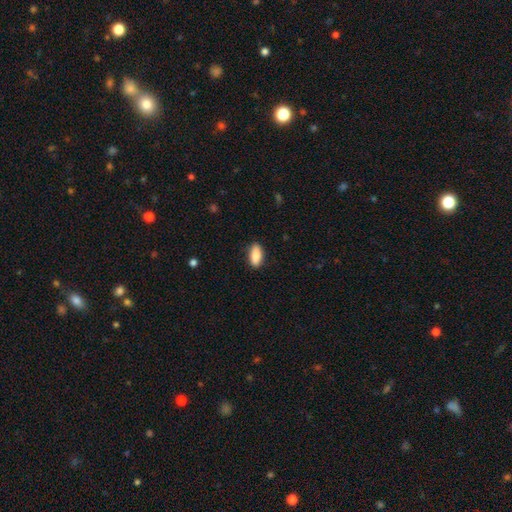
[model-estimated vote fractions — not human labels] Morphology: type=smooth (87%); roundness=in between (84%); merging=none (87%).